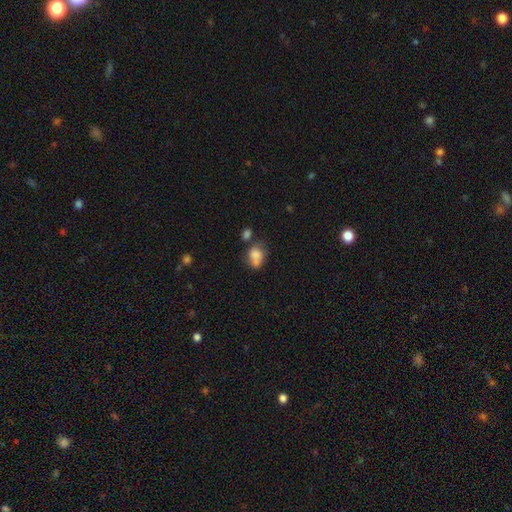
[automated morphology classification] Smooth or featured: smooth — 75% (featured or disk — 15%)
How rounded: in between — 63% (round — 36%)
Merging: merger — 37% (none — 32%)